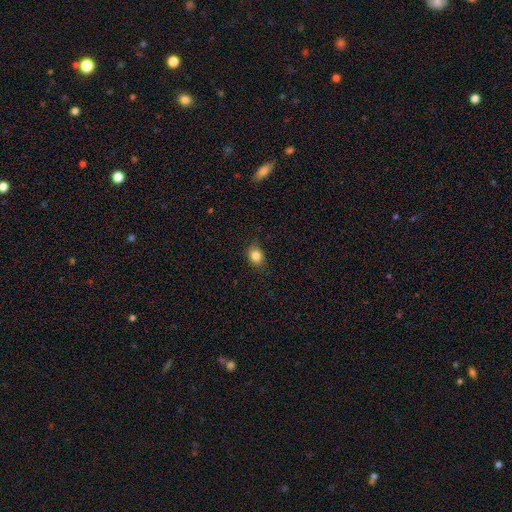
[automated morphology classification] This is clearly a smooth galaxy (84%). How rounded: possibly round (55%). Merging: clearly none (81%).